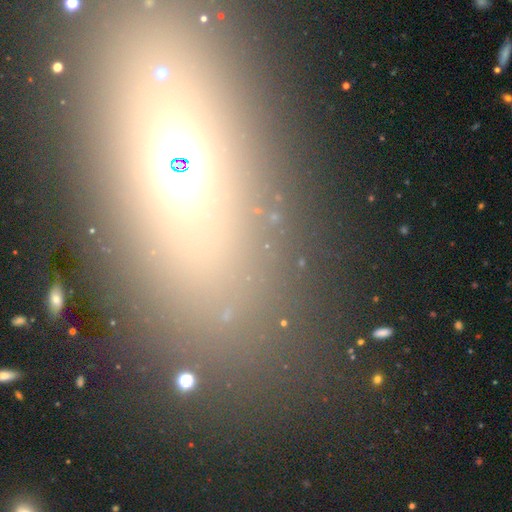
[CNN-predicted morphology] This appears to be a star or artifact, not a galaxy (40%).